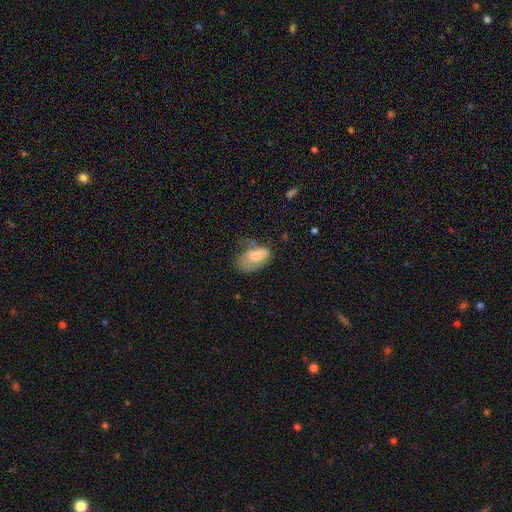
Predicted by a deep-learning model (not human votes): This appears to be a smooth galaxy with no disk features (66%) that is in between round and cigar-shaped (92%). Merging: none (32%, tied with minor disturbance).